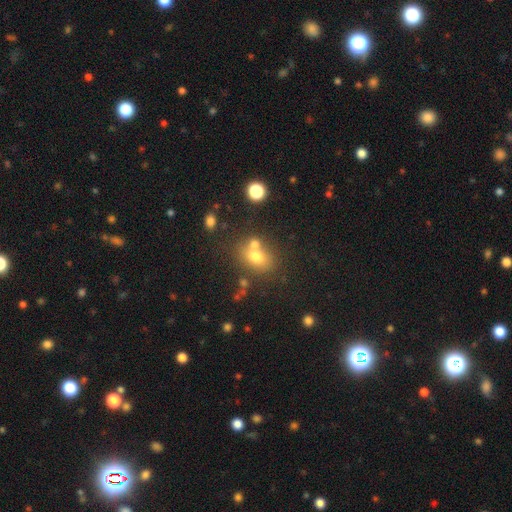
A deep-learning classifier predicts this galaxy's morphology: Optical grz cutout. It shows a smooth galaxy with no disk features (69%) that is in between round and cigar-shaped (53%). Merging: none (52%).